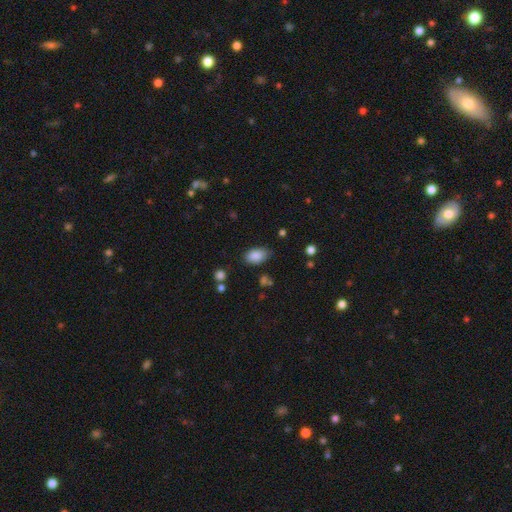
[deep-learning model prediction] A smooth galaxy with no disk features (86%) that is in between round and cigar-shaped (91%).

Vote fractions:
- Smooth or featured? smooth: 86% / star or artifact: 8% / featured or disk: 6%
- How rounded? in between: 91% / round: 8% / cigar-shaped: 1%
- Merging? none: 75% / minor disturbance: 19% / major disturbance: 4% / merger: 2%